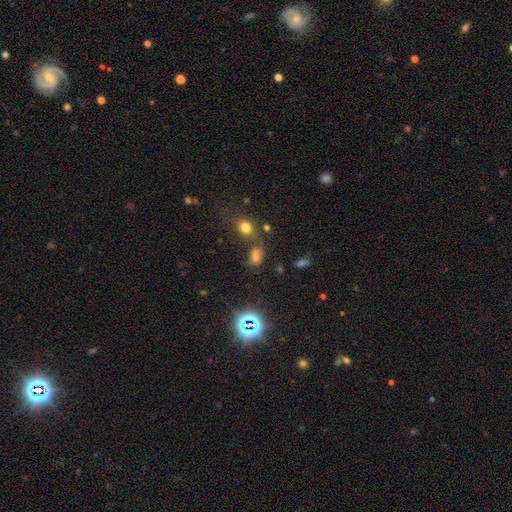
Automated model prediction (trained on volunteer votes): Morphology: type=smooth (58%); roundness=in between (76%); merging=none (54%).